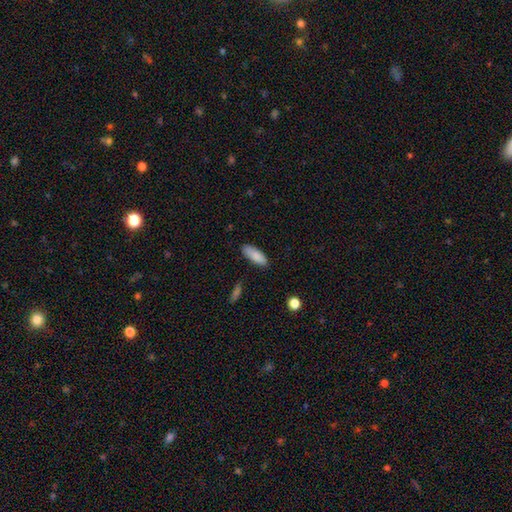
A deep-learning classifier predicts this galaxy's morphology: Smooth or featured?
  - smooth: 87% *
  - star or artifact: 6%
  - featured or disk: 6%
How rounded?
  - in between: 71% *
  - cigar-shaped: 27%
  - round: 2%
Merging?
  - none: 84% *
  - minor disturbance: 12%
  - major disturbance: 2%
  - merger: 2%